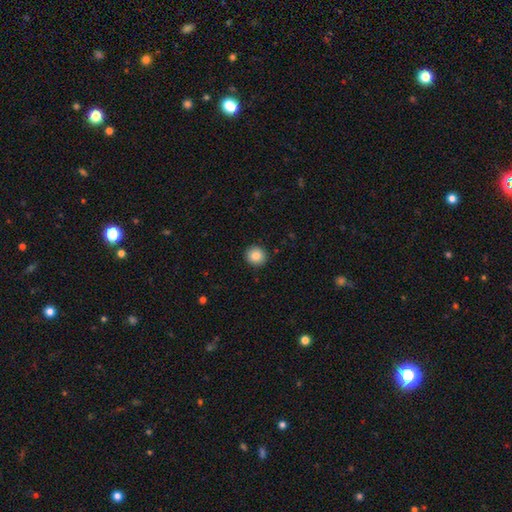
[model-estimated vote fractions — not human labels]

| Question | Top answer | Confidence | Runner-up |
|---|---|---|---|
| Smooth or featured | smooth | 85% | star or artifact (9%) |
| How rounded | round | 91% | in between (9%) |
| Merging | none | 92% | minor disturbance (6%) |